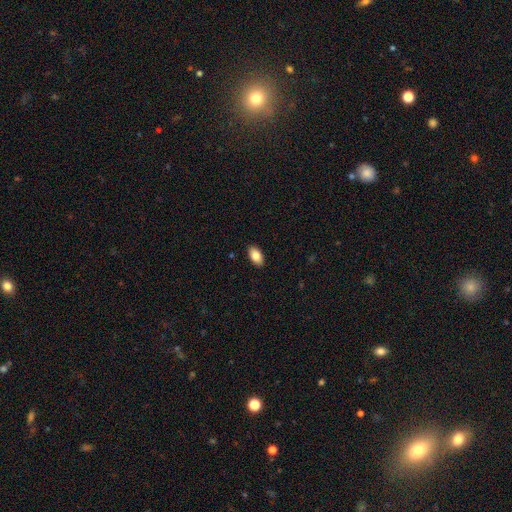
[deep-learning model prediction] A smooth galaxy with no disk features (84%) that is in between round and cigar-shaped (94%).

Vote fractions:
- Smooth or featured? smooth: 84% / featured or disk: 9% / star or artifact: 7%
- How rounded? in between: 94% / round: 4% / cigar-shaped: 2%
- Merging? none: 90% / minor disturbance: 7% / major disturbance: 2% / merger: 1%